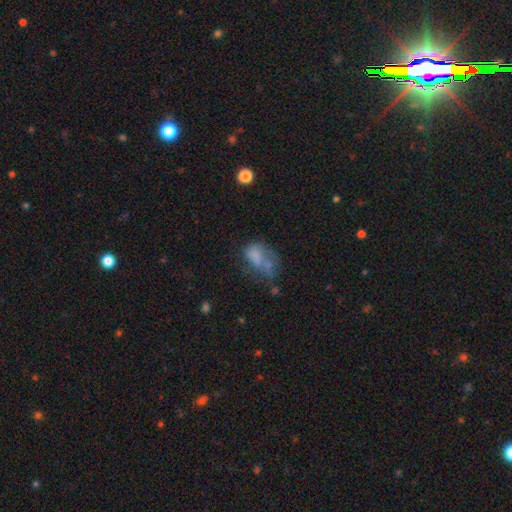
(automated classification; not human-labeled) Q: Smooth or featured?
A: smooth (58%); runner-up: featured or disk (29%)
Q: How rounded?
A: in between (80%); runner-up: round (18%)
Q: Merging?
A: major disturbance (31%); runner-up: none (28%)